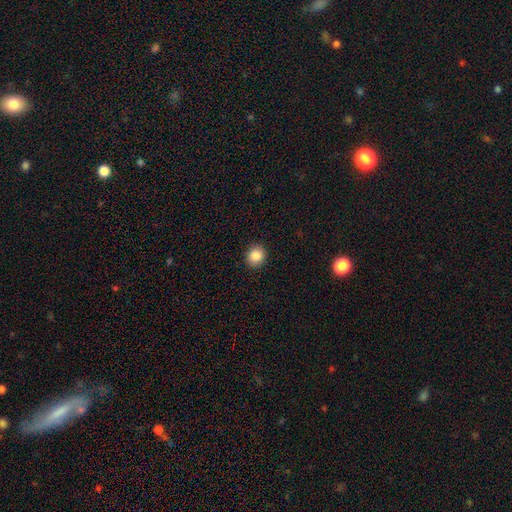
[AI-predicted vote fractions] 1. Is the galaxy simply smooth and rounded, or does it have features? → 85% smooth, 10% star or artifact, 5% featured or disk.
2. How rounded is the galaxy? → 78% round, 21% in between, 1% cigar-shaped.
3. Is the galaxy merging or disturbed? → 91% none, 6% minor disturbance, 2% major disturbance, 1% merger.